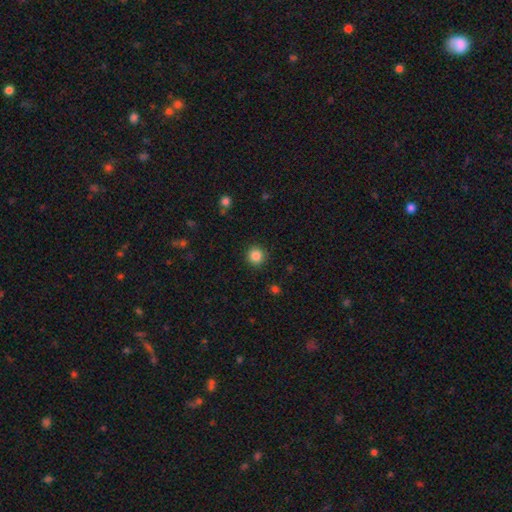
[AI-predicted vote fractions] A smooth galaxy with no disk features (86%) that is round (95%).

Vote fractions:
- Smooth or featured? smooth: 86% / star or artifact: 10% / featured or disk: 4%
- How rounded? round: 95% / in between: 4% / cigar-shaped: 1%
- Merging? none: 91% / minor disturbance: 6% / major disturbance: 2% / merger: 1%